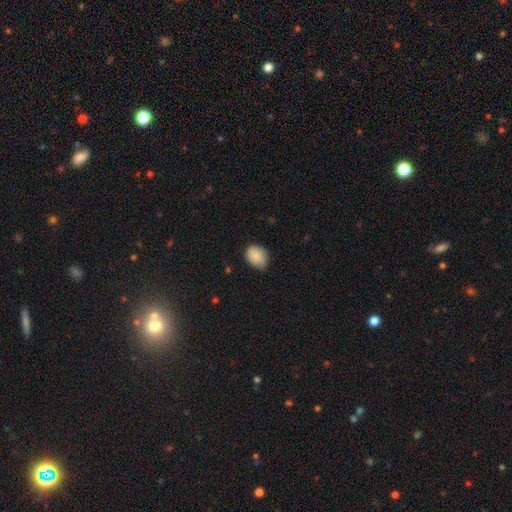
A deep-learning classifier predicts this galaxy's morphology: Overall: smooth (85%). How rounded: in between (56%; round 44%). Merging: none (68%).